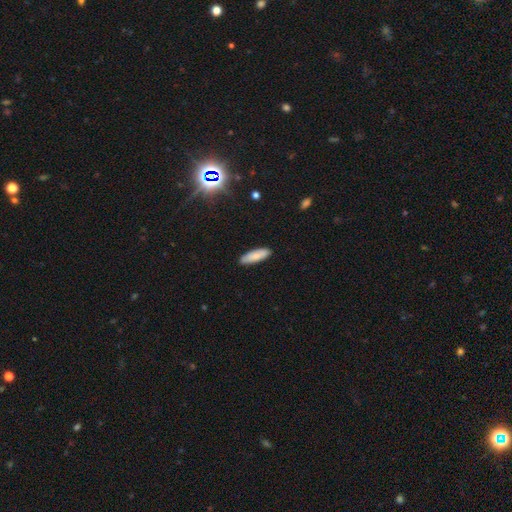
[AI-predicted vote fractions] Q: Smooth or featured?
A: smooth (84%); runner-up: featured or disk (10%)
Q: How rounded?
A: cigar-shaped (50%); runner-up: in between (48%)
Q: Merging?
A: none (89%); runner-up: minor disturbance (9%)